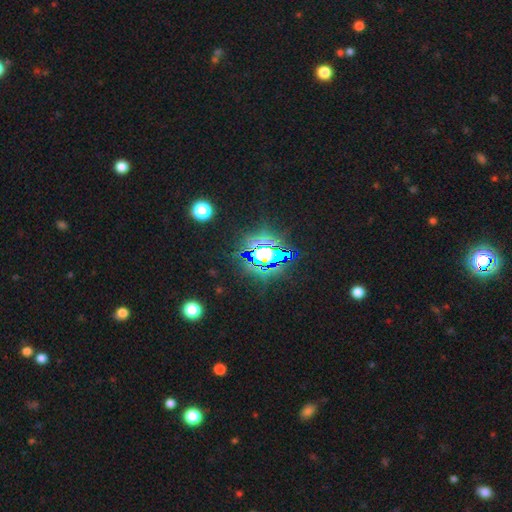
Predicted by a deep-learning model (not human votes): This is likely a star or artifact rather than a galaxy (77%).